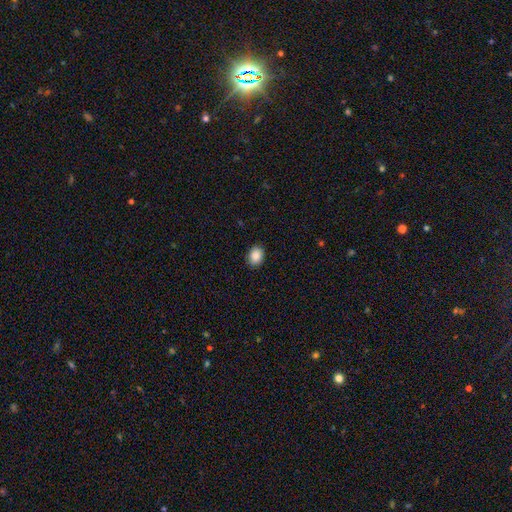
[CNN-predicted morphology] Smooth or featured: smooth — 89% (star or artifact — 8%)
How rounded: in between — 61% (round — 38%)
Merging: none — 88% (minor disturbance — 9%)